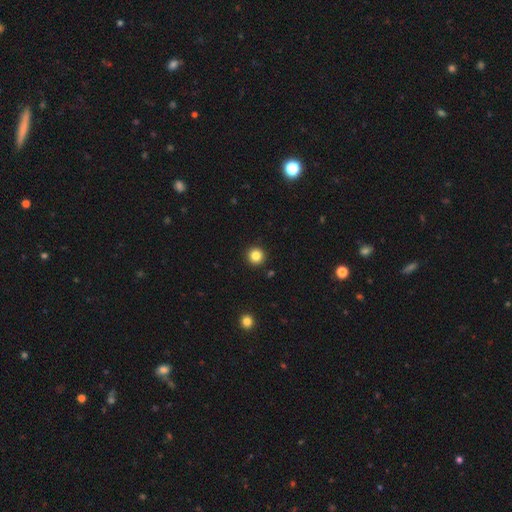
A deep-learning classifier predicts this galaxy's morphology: Overall: smooth (84%). How rounded: round (96%). Merging: none (93%).